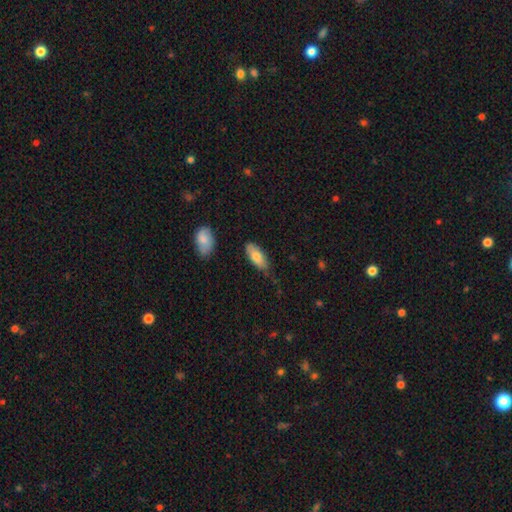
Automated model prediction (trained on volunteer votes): Smooth or featured?
  - smooth: 79% *
  - featured or disk: 15%
  - star or artifact: 6%
How rounded?
  - in between: 82% *
  - cigar-shaped: 16%
  - round: 2%
Merging?
  - none: 73% *
  - minor disturbance: 21%
  - major disturbance: 3%
  - merger: 3%